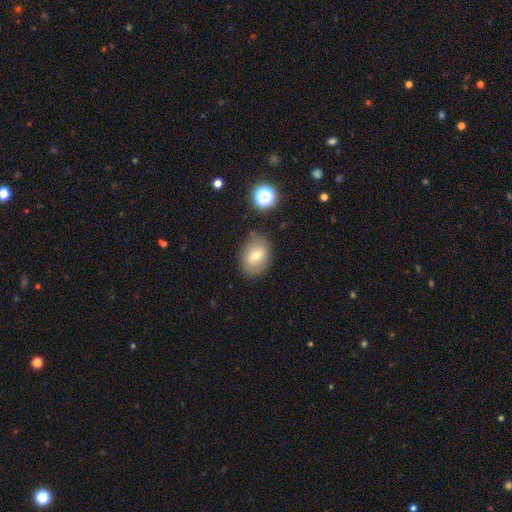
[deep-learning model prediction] A smooth galaxy with no disk features (67%) that is in between round and cigar-shaped (67%). Merging: none (74%).